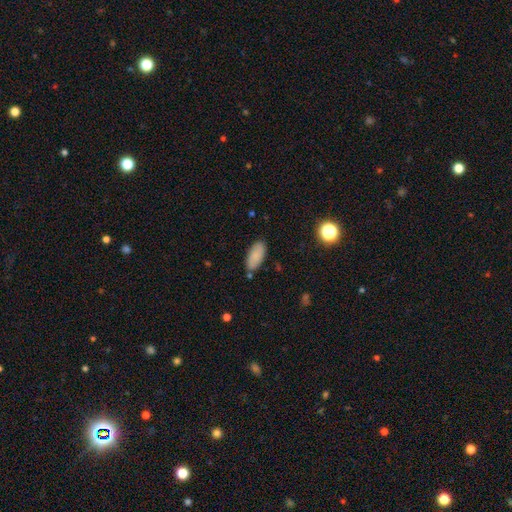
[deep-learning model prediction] The model was most divided on "merging": none: 81%, minor disturbance: 13%, merger: 3%, major disturbance: 3%. More confident: how rounded — in between (89%); smooth or featured — smooth (85%).